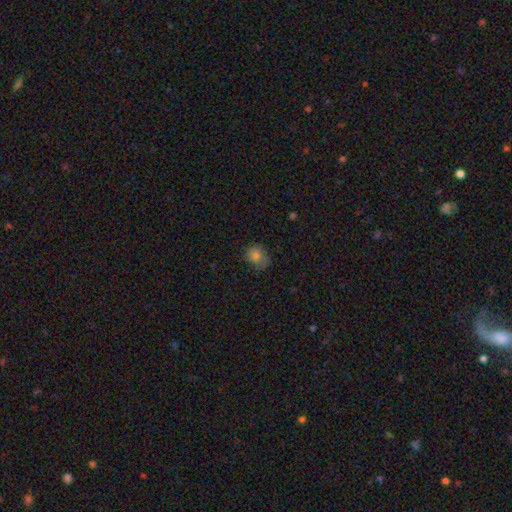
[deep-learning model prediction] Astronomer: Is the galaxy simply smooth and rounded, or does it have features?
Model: smooth — 75%.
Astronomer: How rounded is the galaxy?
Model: round — 67%.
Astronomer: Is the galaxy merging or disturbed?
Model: none — 59%.